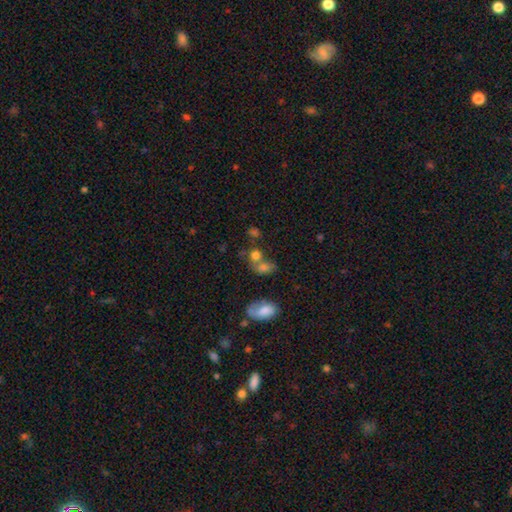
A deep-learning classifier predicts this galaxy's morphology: smooth-or-featured: smooth: 74% | star or artifact: 14% | featured or disk: 12%
  how-rounded: round: 58% | in between: 40% | cigar-shaped: 2%
  merging: merger: 42% | none: 39% | minor disturbance: 11% | major disturbance: 7%